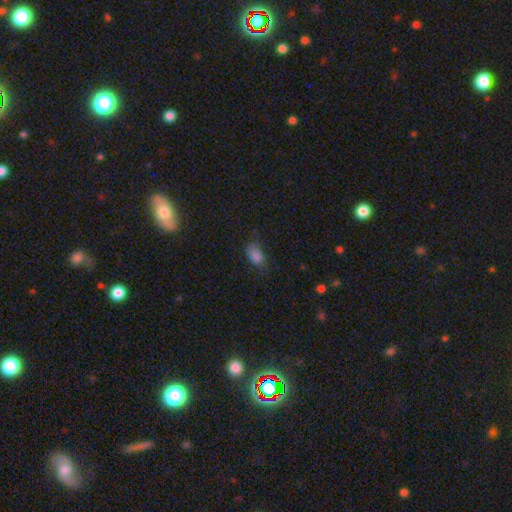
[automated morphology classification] Smooth or featured?
  - smooth: 81% *
  - star or artifact: 12%
  - featured or disk: 7%
How rounded?
  - in between: 88% *
  - round: 10%
  - cigar-shaped: 2%
Merging?
  - none: 55% *
  - minor disturbance: 31%
  - major disturbance: 12%
  - merger: 2%